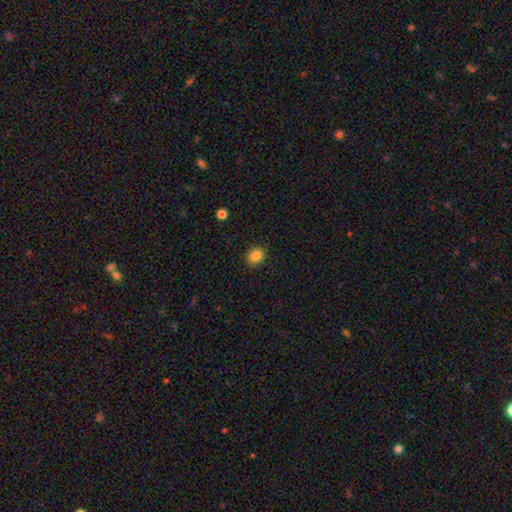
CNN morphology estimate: smooth_or_featured: smooth (p=0.86) [alt: star or artifact p=0.11]
how_rounded: round (p=0.75) [alt: in between p=0.24]
merging: none (p=0.89) [alt: minor disturbance p=0.08]